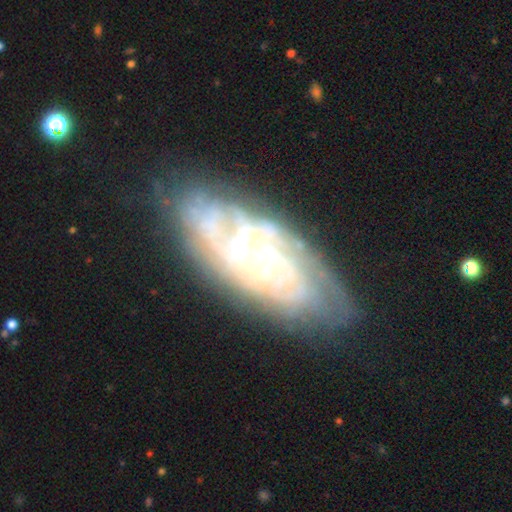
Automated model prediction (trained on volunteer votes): Smooth or featured: featured or disk — 83% (smooth — 10%)
Edge-on disk: no — 92% (yes — 8%)
Bar: no — 60% (weak — 30%)
Spiral arms: yes — 93% (no — 7%)
Spiral winding: tight — 66% (medium — 27%)
Spiral arm count: can't tell — 38% (4 — 18%)
Bulge size: small — 74% (moderate — 18%)
Merging: none — 73% (minor disturbance — 18%)